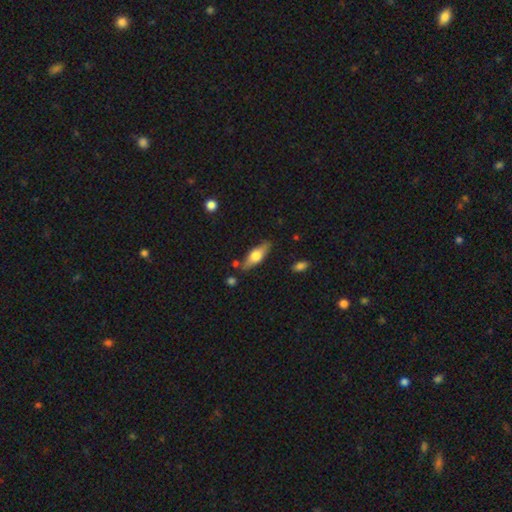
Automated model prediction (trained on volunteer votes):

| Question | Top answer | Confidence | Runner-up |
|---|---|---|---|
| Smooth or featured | smooth | 54% | featured or disk (41%) |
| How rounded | in between | 60% | cigar-shaped (37%) |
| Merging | none | 81% | minor disturbance (12%) |